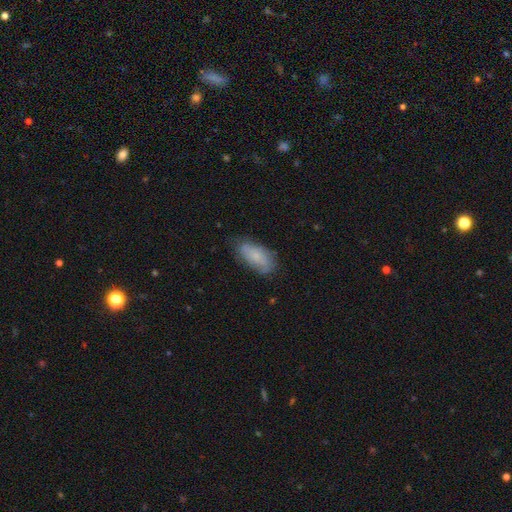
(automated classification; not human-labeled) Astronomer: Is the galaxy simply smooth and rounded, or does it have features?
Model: smooth — 75%.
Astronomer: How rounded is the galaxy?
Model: in between — 87%.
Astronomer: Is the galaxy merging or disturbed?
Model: none — 68%.